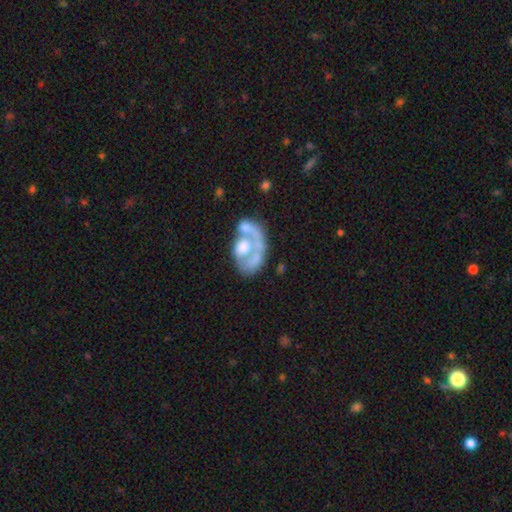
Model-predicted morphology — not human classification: Smooth or featured? Predicted: featured or disk (p=0.64). Edge-on disk? Predicted: no (p=0.97). Bar? Predicted: no (p=0.89). Spiral arms? Predicted: no (p=0.70). Bulge size? Predicted: moderate (p=0.36). Merging? Predicted: none (p=0.33).